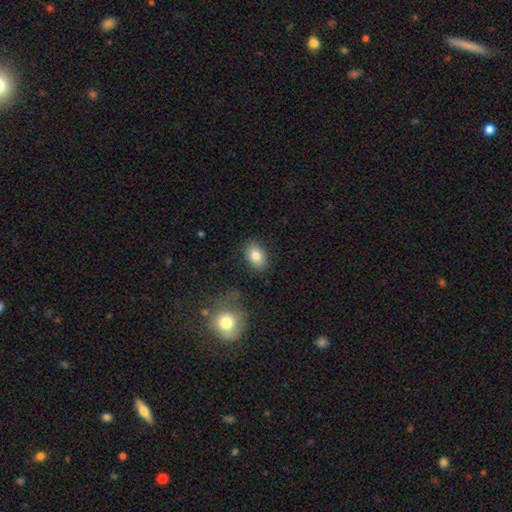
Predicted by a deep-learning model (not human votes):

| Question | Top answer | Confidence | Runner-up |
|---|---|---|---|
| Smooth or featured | smooth | 83% | featured or disk (9%) |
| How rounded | in between | 79% | round (20%) |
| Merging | none | 85% | minor disturbance (10%) |